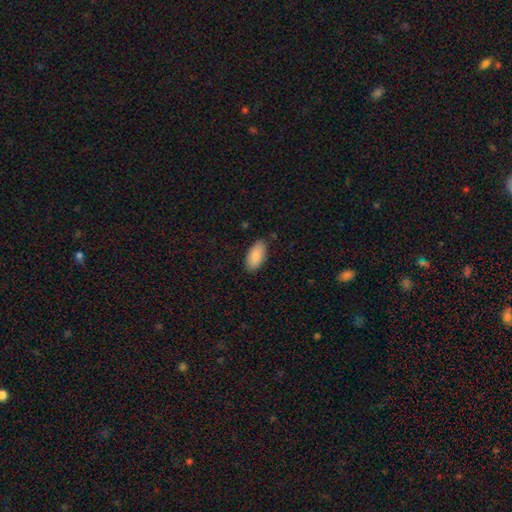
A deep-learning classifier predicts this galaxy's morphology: smooth_or_featured: smooth (p=0.87) [alt: featured or disk p=0.07]
how_rounded: in between (p=0.93) [alt: cigar-shaped p=0.05]
merging: none (p=0.84) [alt: minor disturbance p=0.12]